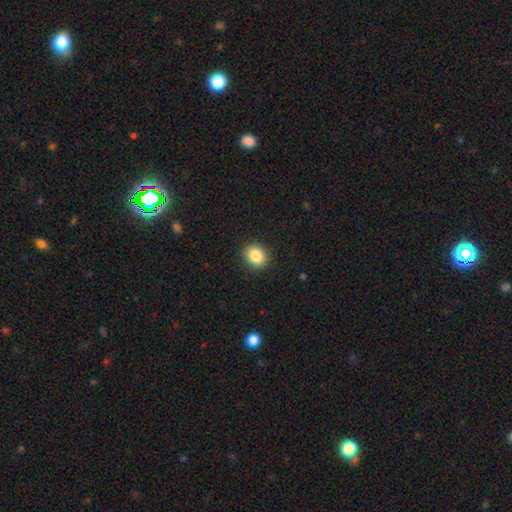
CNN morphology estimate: The model was most divided on "how rounded": round: 61%, in between: 39%, cigar-shaped: 1%. More confident: merging — none (90%); smooth or featured — smooth (86%).